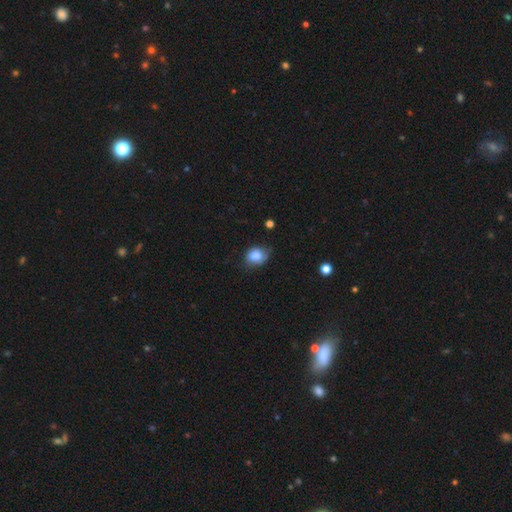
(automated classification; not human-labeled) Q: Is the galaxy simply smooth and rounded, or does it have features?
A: smooth — 84%.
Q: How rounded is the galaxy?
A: round — 53%.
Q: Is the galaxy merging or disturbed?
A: none — 59%.